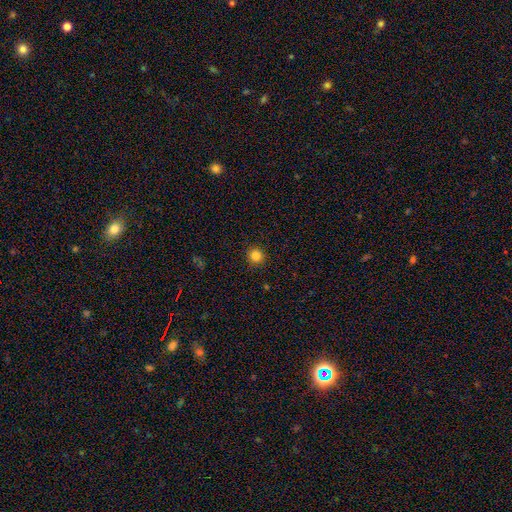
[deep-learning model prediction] A smooth galaxy with no disk features (83%) that is round (93%). Merging: none (92%).